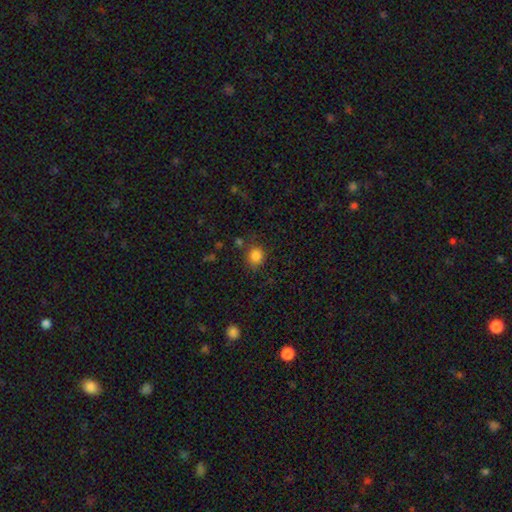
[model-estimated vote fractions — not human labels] Smooth or featured: smooth — 84% (star or artifact — 12%)
How rounded: round — 75% (in between — 24%)
Merging: none — 72% (minor disturbance — 17%)